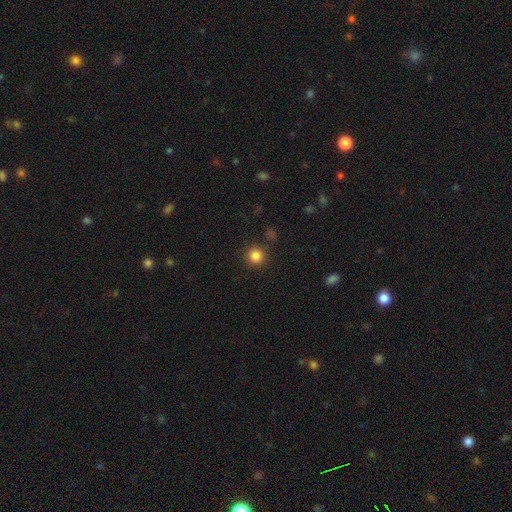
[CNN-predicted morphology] Smooth or featured: smooth — 84% (star or artifact — 12%)
How rounded: round — 95% (in between — 5%)
Merging: none — 88% (minor disturbance — 7%)